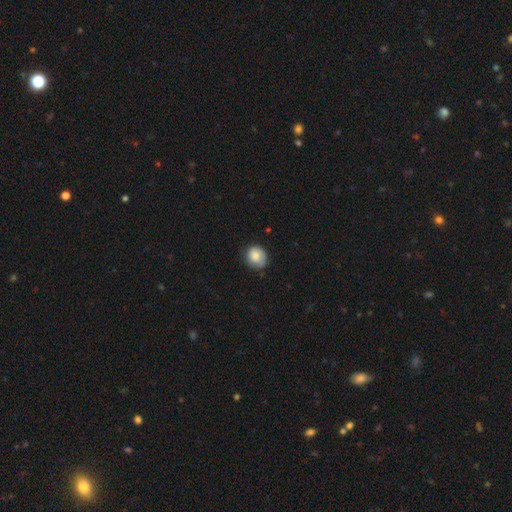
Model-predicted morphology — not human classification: Smooth or featured?
  - smooth: 80% *
  - featured or disk: 12%
  - star or artifact: 8%
How rounded?
  - round: 77% *
  - in between: 22%
  - cigar-shaped: 1%
Merging?
  - none: 69% *
  - minor disturbance: 24%
  - major disturbance: 5%
  - merger: 1%